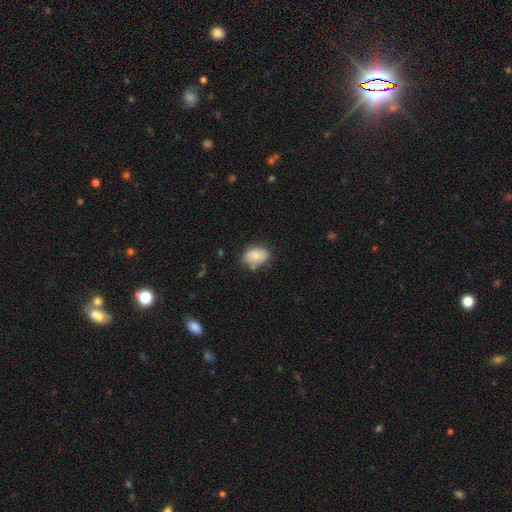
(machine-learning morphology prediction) smooth 84%, featured or disk 9%, star or artifact 7%. Down the decision tree: how rounded — in between (80%); merging — none (72%).